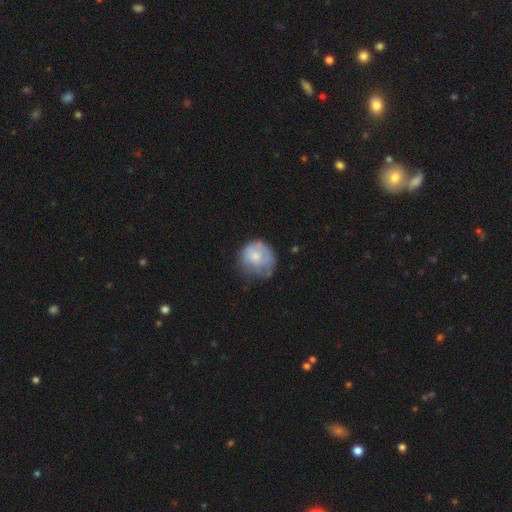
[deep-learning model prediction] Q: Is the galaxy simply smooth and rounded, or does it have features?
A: smooth — 66%.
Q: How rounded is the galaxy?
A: round — 83%.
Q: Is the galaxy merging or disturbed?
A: none — 49%.